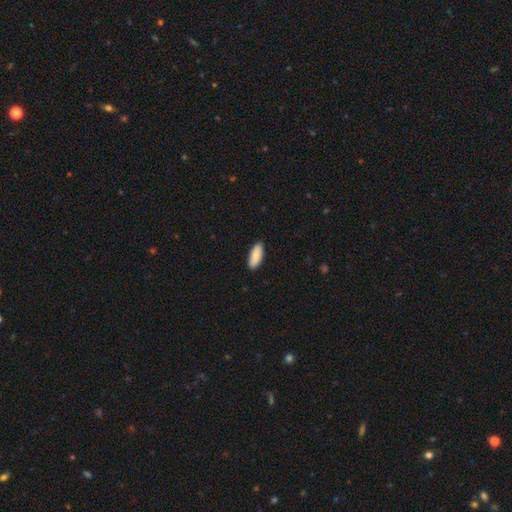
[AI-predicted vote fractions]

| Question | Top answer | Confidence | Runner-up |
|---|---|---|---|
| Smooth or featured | smooth | 87% | featured or disk (8%) |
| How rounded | in between | 81% | cigar-shaped (18%) |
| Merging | none | 89% | minor disturbance (9%) |